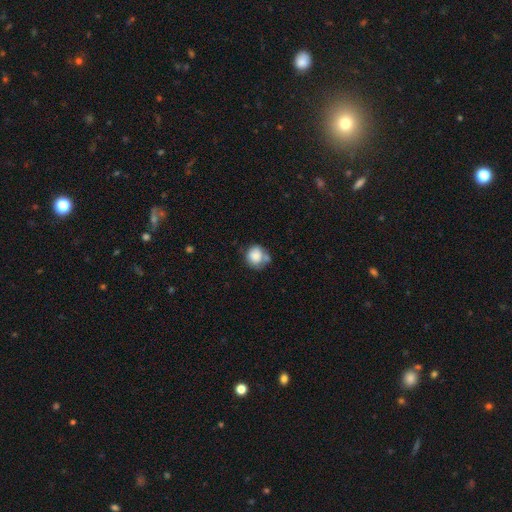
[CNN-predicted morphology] type=smooth (81%); roundness=round (78%); merging=none (45%).